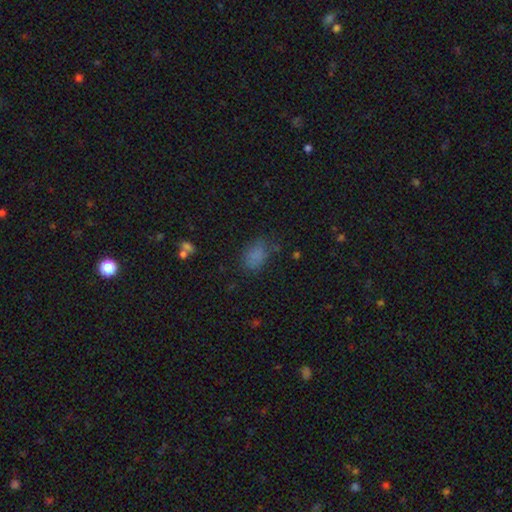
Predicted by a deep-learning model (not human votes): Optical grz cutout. It shows a smooth galaxy with no disk features (78%) that is in between round and cigar-shaped (82%). Merging: none (67%).